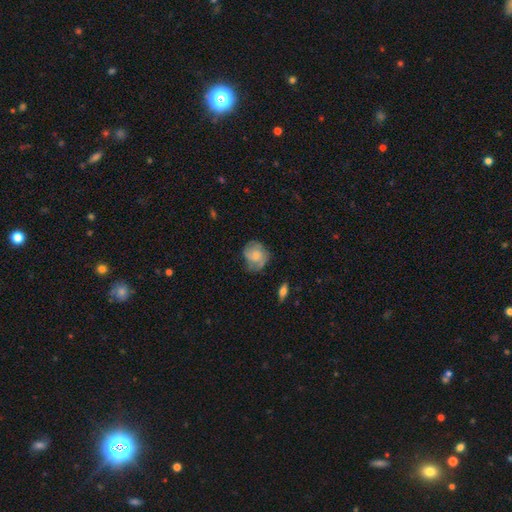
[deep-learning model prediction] Smooth or featured: featured or disk — 47% (smooth — 45%)
Merging: none — 63% (minor disturbance — 26%)